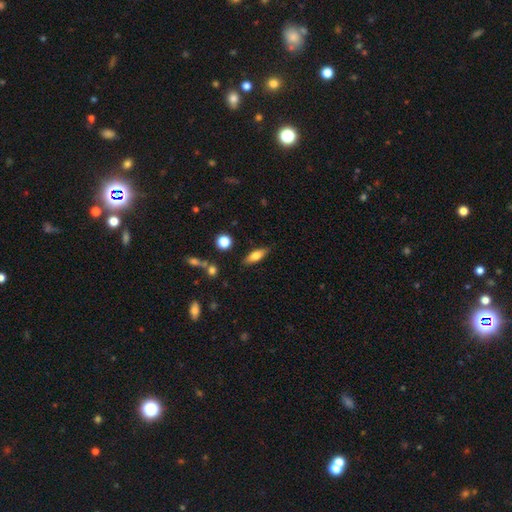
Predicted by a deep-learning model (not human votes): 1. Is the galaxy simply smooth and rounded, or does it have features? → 69% smooth, 23% featured or disk, 8% star or artifact.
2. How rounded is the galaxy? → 61% in between, 36% cigar-shaped, 3% round.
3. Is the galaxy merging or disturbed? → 83% none, 11% minor disturbance, 3% major disturbance, 2% merger.